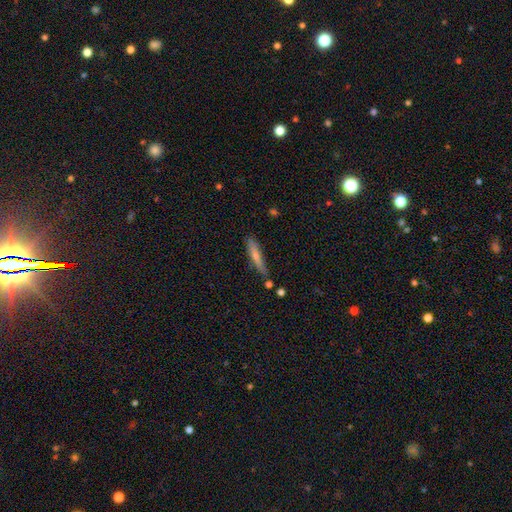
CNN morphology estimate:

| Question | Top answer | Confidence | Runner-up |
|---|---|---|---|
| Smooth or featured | smooth | 66% | featured or disk (28%) |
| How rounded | cigar-shaped | 89% | in between (9%) |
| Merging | none | 73% | minor disturbance (18%) |